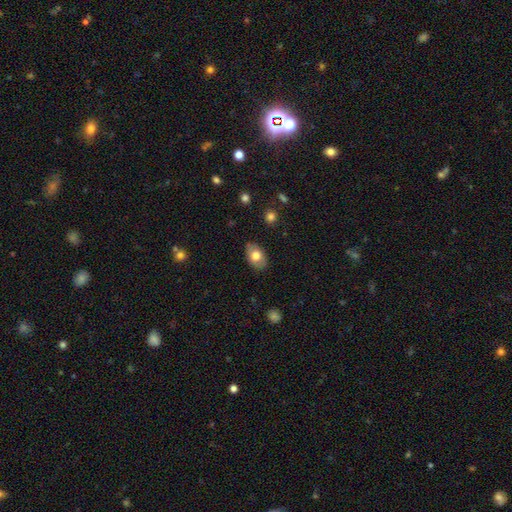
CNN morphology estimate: Smooth or featured: smooth — 72% (featured or disk — 21%)
How rounded: in between — 87% (round — 12%)
Merging: none — 83% (minor disturbance — 14%)